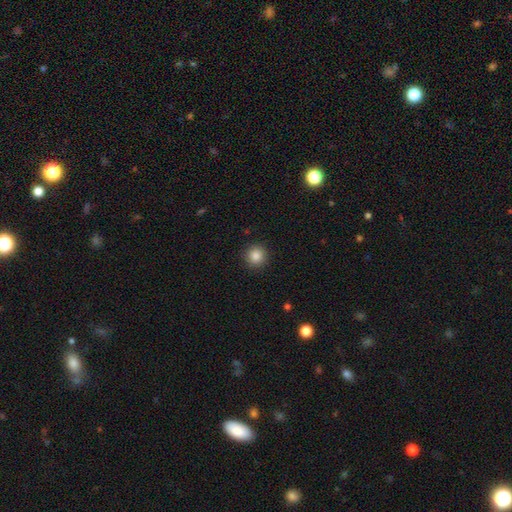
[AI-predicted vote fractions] This appears to be a smooth galaxy with no disk features (86%) that is round (95%). Merging: none (91%).